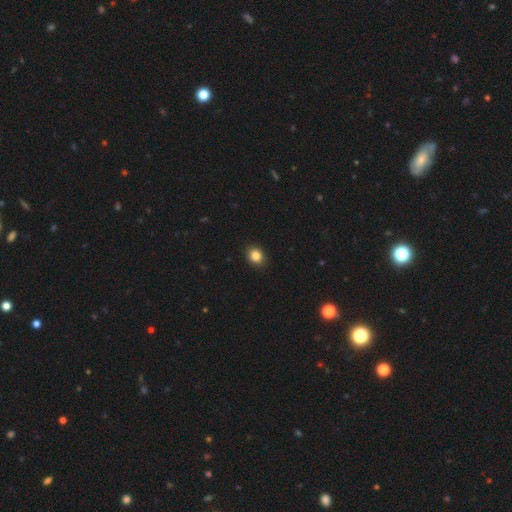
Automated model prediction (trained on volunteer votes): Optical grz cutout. It shows a smooth galaxy with no disk features (85%) that is round (67%). Merging: none (91%).